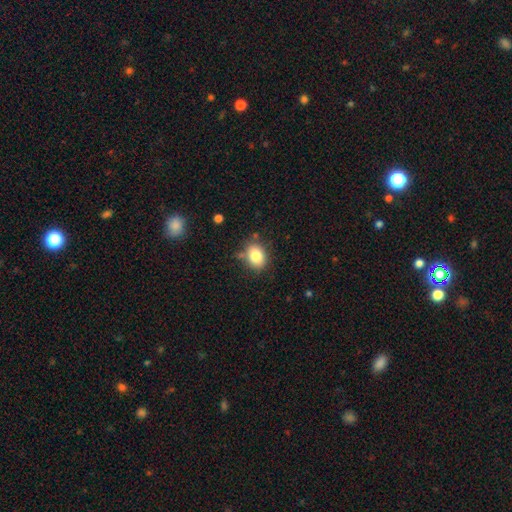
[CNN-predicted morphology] Smooth or featured? smooth (82%)
How rounded? in between (61%)
Merging? none (77%)